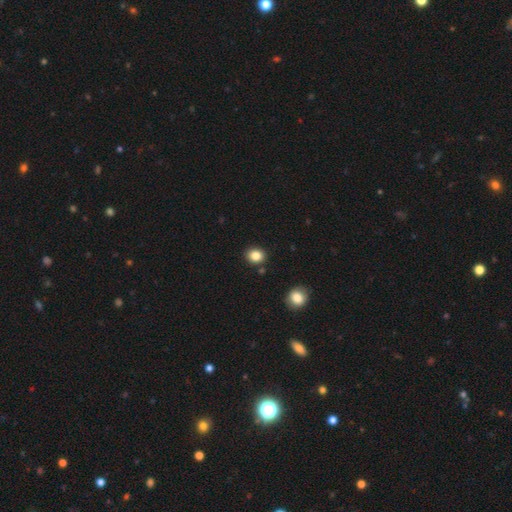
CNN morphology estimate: smooth 84%, star or artifact 11%, featured or disk 5%. Down the decision tree: how rounded — round (62%); merging — none (86%).